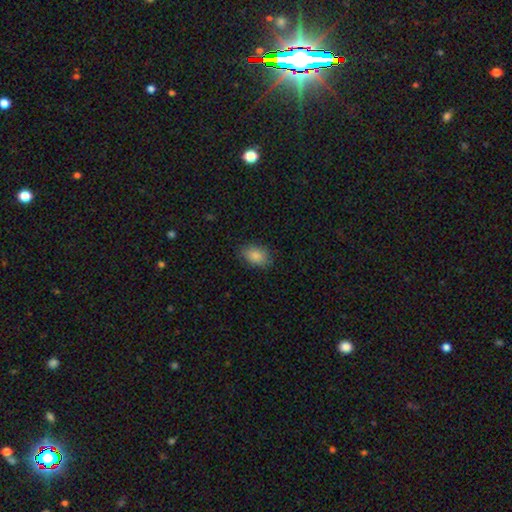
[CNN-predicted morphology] smooth 86%, star or artifact 8%, featured or disk 6%. Down the decision tree: how rounded — in between (83%); merging — none (80%).